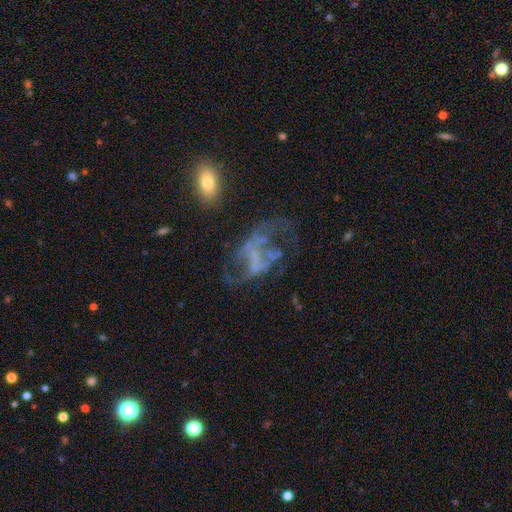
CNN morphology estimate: smooth_or_featured: featured or disk (p=0.67) [alt: star or artifact p=0.18]
disk_edge_on: no (p=0.97) [alt: yes p=0.03]
bar: no (p=0.66) [alt: weak p=0.22]
has_spiral_arms: no (p=0.56) [alt: yes p=0.44]
bulge_size: none (p=0.75) [alt: small p=0.15]
merging: major disturbance (p=0.46) [alt: none p=0.32]